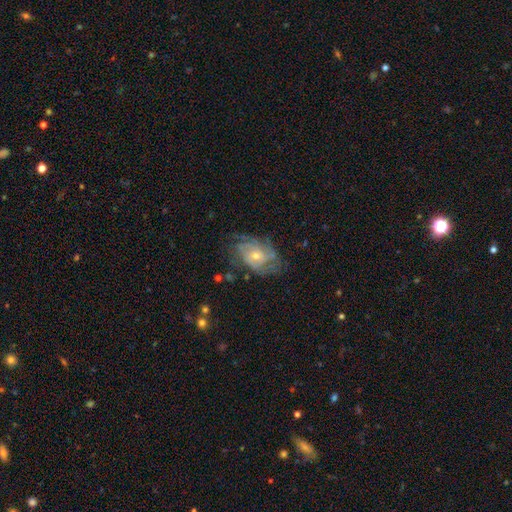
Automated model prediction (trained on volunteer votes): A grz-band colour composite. It shows a featured or disk galaxy (76%) with no bar (73%), tight (49%) spiral arms (87%) and a small central bulge (58%). Merging: none (61%).